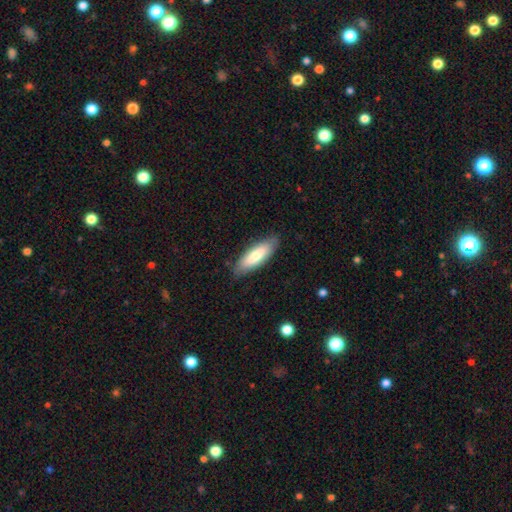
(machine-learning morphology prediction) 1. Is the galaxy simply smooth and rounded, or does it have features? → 71% smooth, 24% featured or disk, 5% star or artifact.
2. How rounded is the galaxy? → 58% in between, 40% cigar-shaped, 2% round.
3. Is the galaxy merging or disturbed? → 85% none, 12% minor disturbance, 2% major disturbance, 1% merger.